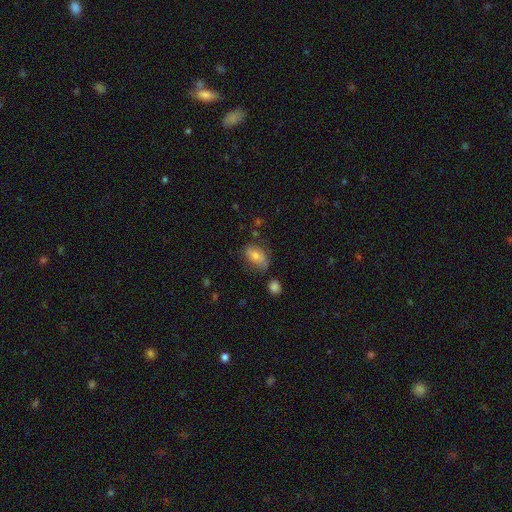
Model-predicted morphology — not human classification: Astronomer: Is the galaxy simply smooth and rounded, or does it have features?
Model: smooth — 72%.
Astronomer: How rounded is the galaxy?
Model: in between — 86%.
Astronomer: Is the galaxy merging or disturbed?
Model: none — 59%.